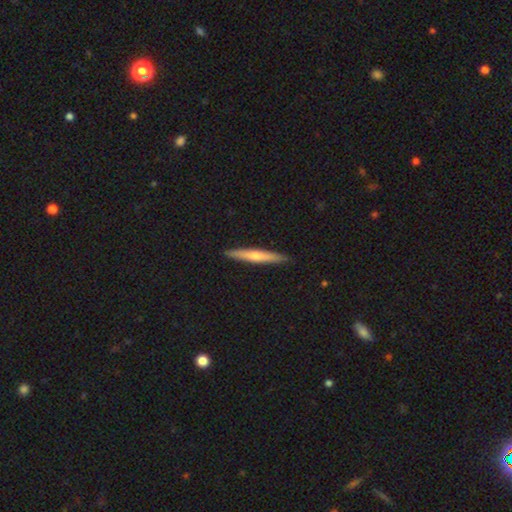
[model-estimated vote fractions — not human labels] A smooth galaxy with no disk features (52%) that is cigar-shaped (95%). Merging: none (91%).